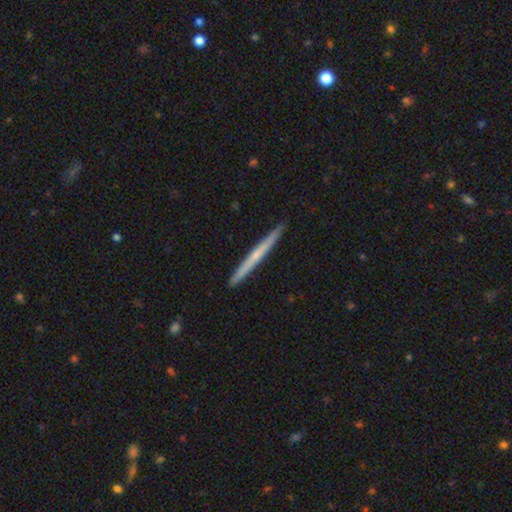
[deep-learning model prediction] A featured or disk galaxy (52%) viewed edge-on (98%) with no central bulge (69%).

Vote fractions:
- Smooth or featured? featured or disk: 52% / smooth: 43% / star or artifact: 6%
- Edge-on disk? yes: 98% / no: 2%
- Edge-on bulge? none: 69% / rounded: 27% / boxy: 4%
- Merging? none: 92% / minor disturbance: 5% / major disturbance: 1% / merger: 1%